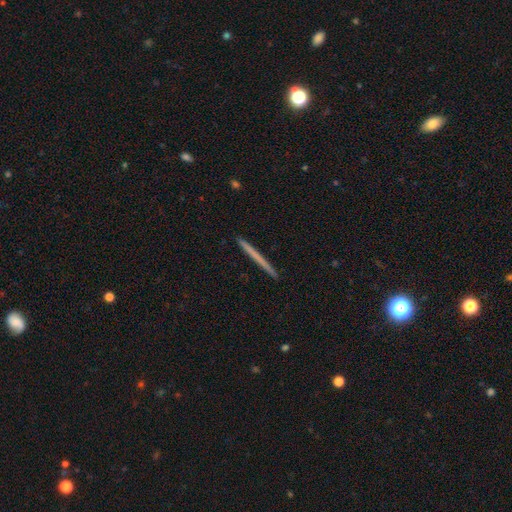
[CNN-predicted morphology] Smooth or featured? smooth (53%)
How rounded? cigar-shaped (97%)
Merging? none (93%)